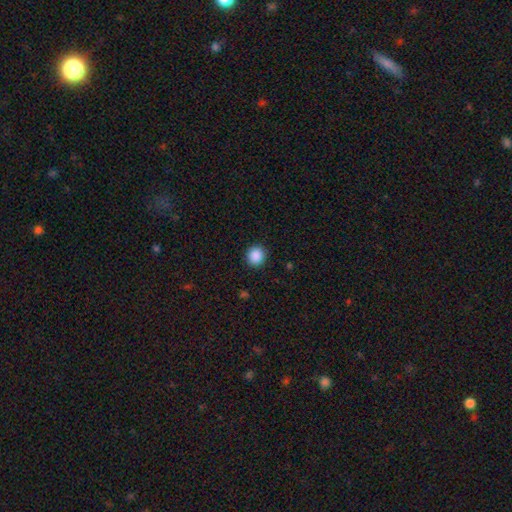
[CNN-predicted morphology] smooth_or_featured: smooth (p=0.89) [alt: star or artifact p=0.09]
how_rounded: round (p=0.92) [alt: in between p=0.07]
merging: none (p=0.92) [alt: minor disturbance p=0.05]